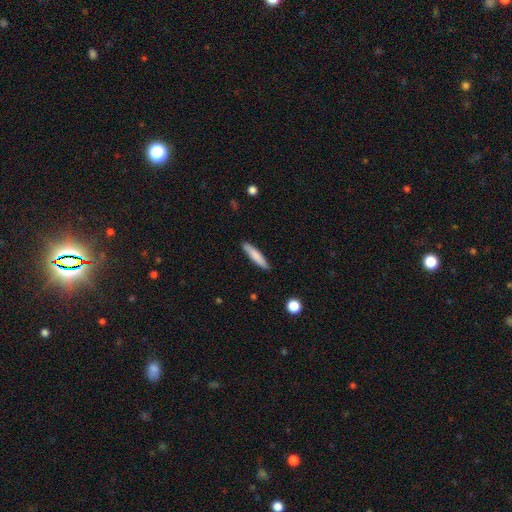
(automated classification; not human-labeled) smooth-or-featured: smooth: 79% | featured or disk: 15% | star or artifact: 6%
  how-rounded: cigar-shaped: 88% | in between: 11% | round: 1%
  merging: none: 89% | minor disturbance: 8% | major disturbance: 2% | merger: 1%